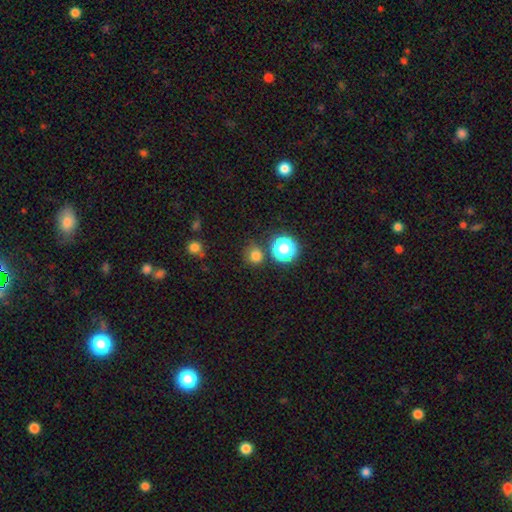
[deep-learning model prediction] This appears to be a smooth galaxy with no disk features (75%) that is round (89%). Merging: none (78%).